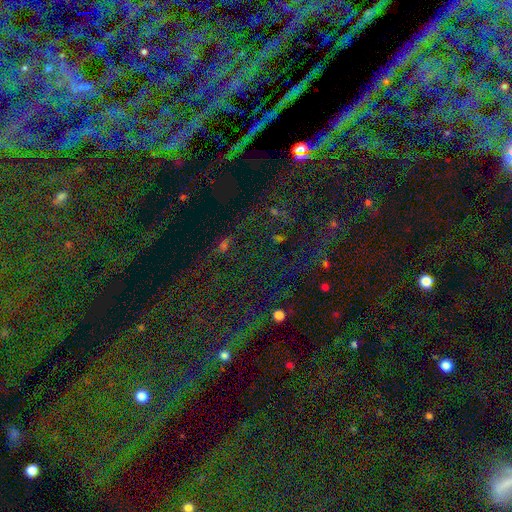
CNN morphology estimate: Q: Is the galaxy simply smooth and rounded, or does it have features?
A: star or artifact — 78%.